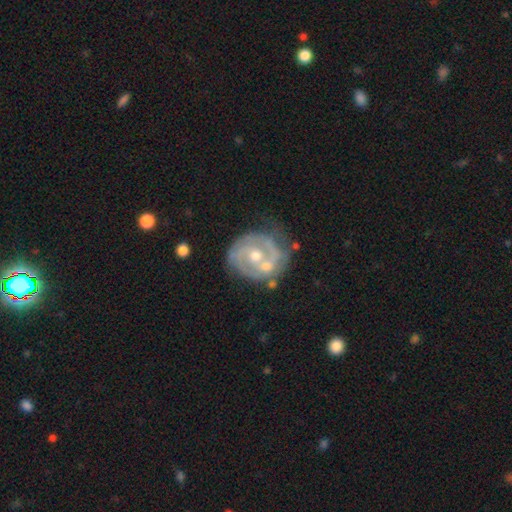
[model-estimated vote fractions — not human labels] Q: Smooth or featured?
A: featured or disk (82%); runner-up: smooth (13%)
Q: Edge-on disk?
A: no (97%); runner-up: yes (3%)
Q: Bar?
A: no (64%); runner-up: weak (28%)
Q: Spiral arms?
A: yes (82%); runner-up: no (18%)
Q: Spiral winding?
A: tight (56%); runner-up: medium (33%)
Q: Spiral arm count?
A: 2 (52%); runner-up: can't tell (24%)
Q: Bulge size?
A: moderate (68%); runner-up: small (28%)
Q: Merging?
A: none (52%); runner-up: minor disturbance (22%)